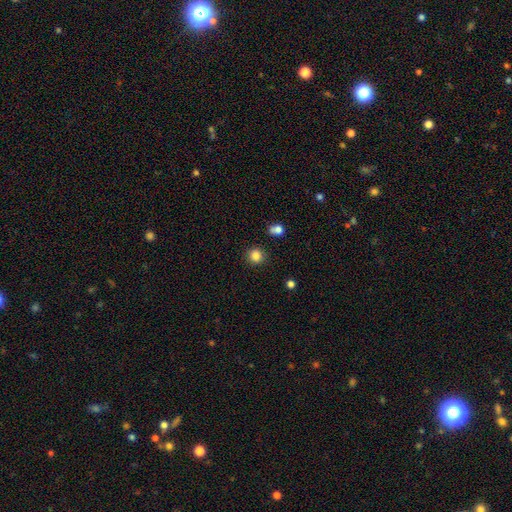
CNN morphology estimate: The model was most divided on "smooth or featured": smooth: 85%, star or artifact: 11%, featured or disk: 4%. More confident: how rounded — round (90%); merging — none (87%).